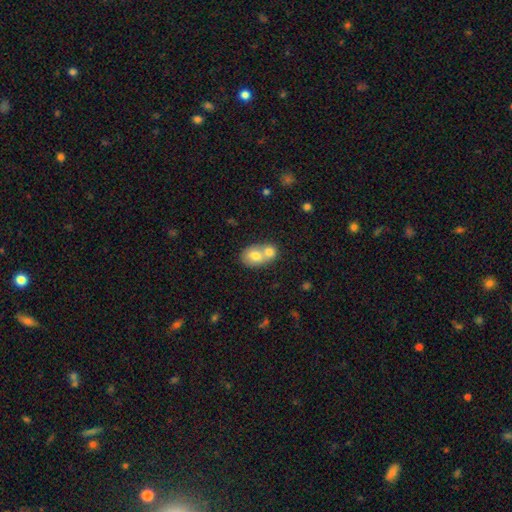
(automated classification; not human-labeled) Smooth or featured? smooth (71%)
How rounded? in between (61%)
Merging? merger (68%)